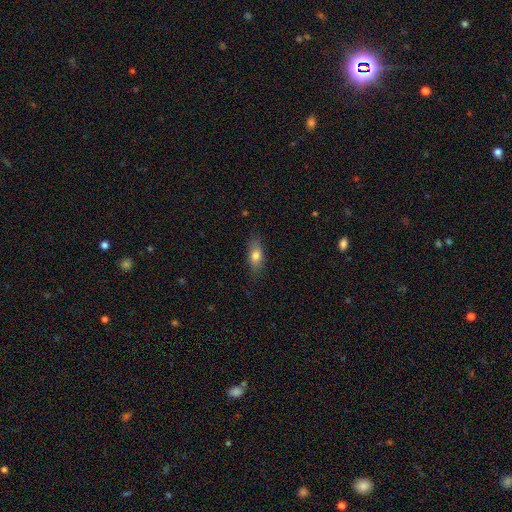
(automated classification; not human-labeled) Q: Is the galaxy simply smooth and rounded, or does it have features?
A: smooth — 74%.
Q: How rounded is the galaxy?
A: in between — 78%.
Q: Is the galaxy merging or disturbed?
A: none — 80%.